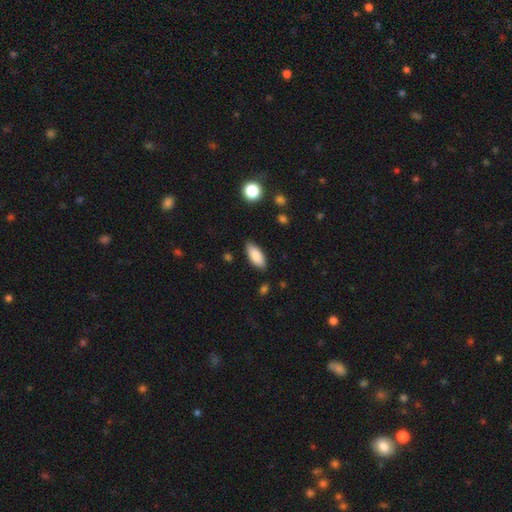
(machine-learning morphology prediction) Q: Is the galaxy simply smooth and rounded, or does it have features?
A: smooth — 86%.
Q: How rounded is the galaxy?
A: in between — 86%.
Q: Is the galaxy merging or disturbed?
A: none — 85%.